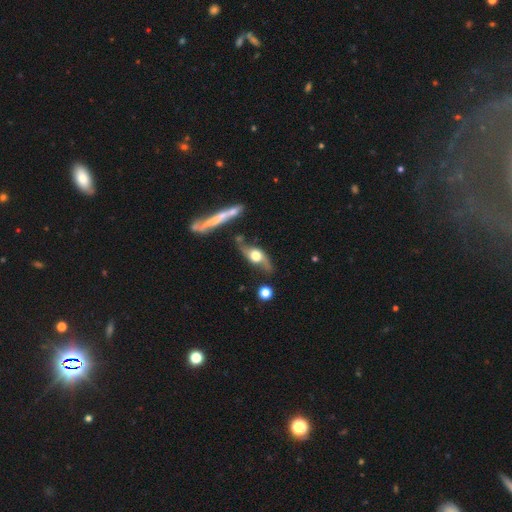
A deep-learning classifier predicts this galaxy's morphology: Smooth or featured?
  - featured or disk: 74% *
  - smooth: 19%
  - star or artifact: 7%
Edge-on disk?
  - no: 54% *
  - yes: 46%
Merging?
  - none: 66% *
  - minor disturbance: 19%
  - major disturbance: 8%
  - merger: 6%